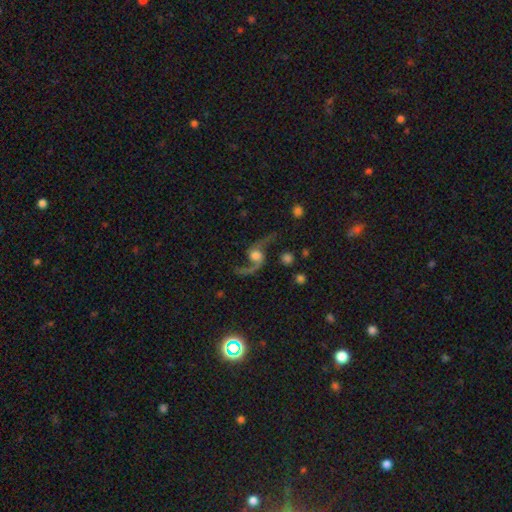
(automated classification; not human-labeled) A featured or disk galaxy (85%) with no bar (67%), 2 (89%) loose (86%) spiral arms (96%) and a moderate central bulge (47%). Merging: none (62%).